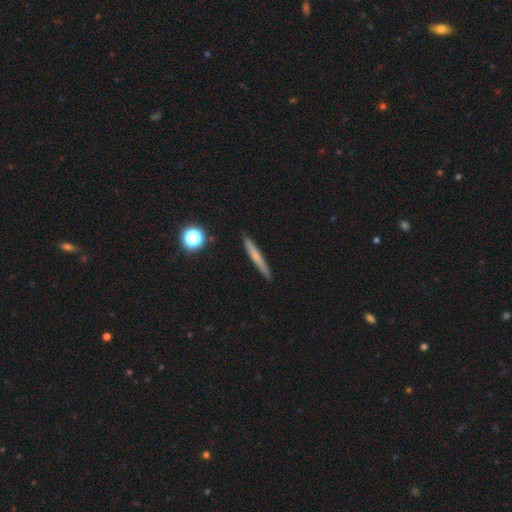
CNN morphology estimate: smooth_or_featured: smooth (p=0.58) [alt: featured or disk p=0.33]
how_rounded: cigar-shaped (p=0.94) [alt: in between p=0.03]
merging: none (p=0.90) [alt: minor disturbance p=0.07]